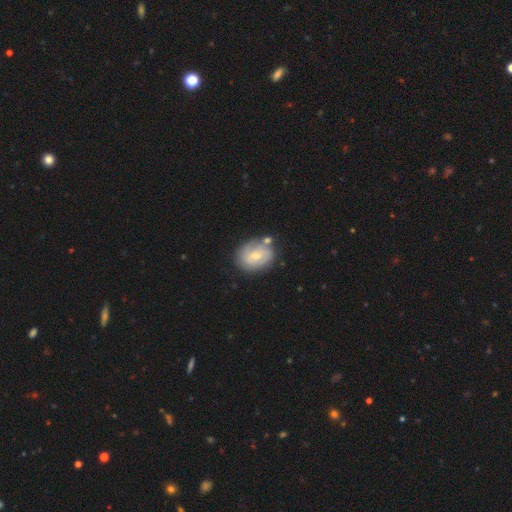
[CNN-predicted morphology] The model was most divided on "bulge size": small: 52%, moderate: 41%, none: 3%, large: 2%, dominant: 1%. More confident: edge-on disk — no (97%); spiral arms — yes (72%); merging — none (62%); smooth or featured — featured or disk (55%); bar — no (53%).